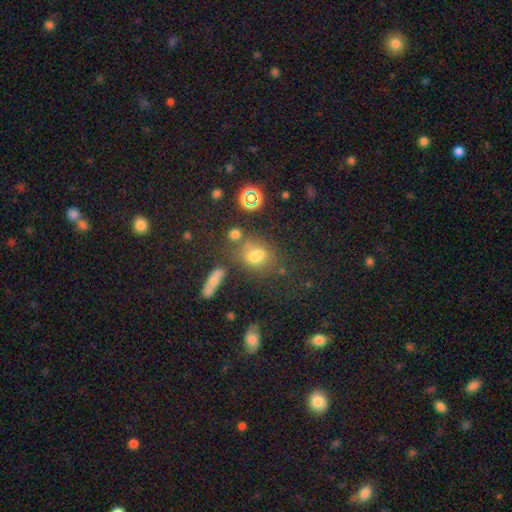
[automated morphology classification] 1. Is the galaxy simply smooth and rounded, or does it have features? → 61% smooth, 24% star or artifact, 15% featured or disk.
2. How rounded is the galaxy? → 57% in between, 39% round, 3% cigar-shaped.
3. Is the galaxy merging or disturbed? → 52% none, 20% merger, 18% minor disturbance, 10% major disturbance.